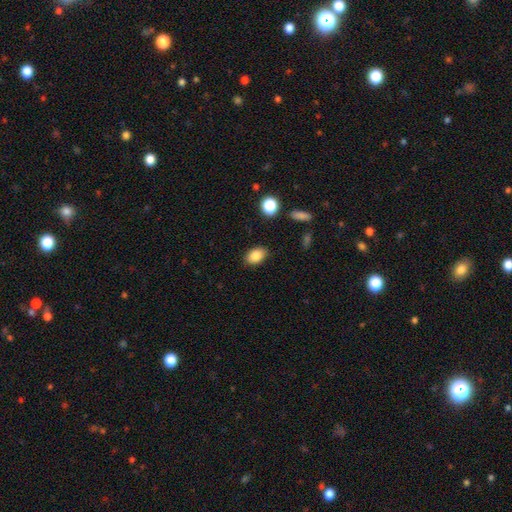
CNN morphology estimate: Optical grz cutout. It shows a smooth galaxy with no disk features (85%) that is in between round and cigar-shaped (82%). Merging: none (85%).